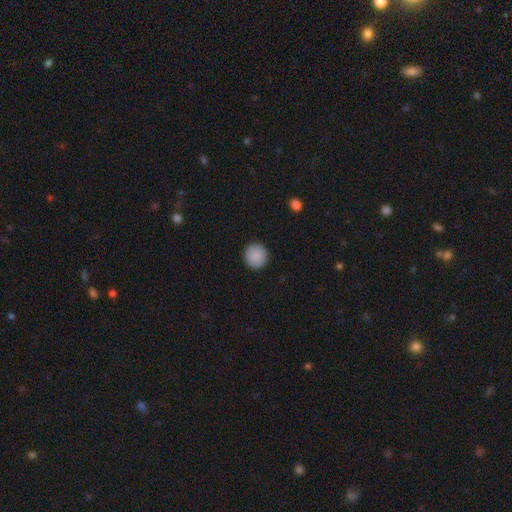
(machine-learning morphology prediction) Q: Smooth or featured?
A: smooth (90%); runner-up: star or artifact (7%)
Q: How rounded?
A: round (94%); runner-up: in between (5%)
Q: Merging?
A: none (92%); runner-up: minor disturbance (5%)